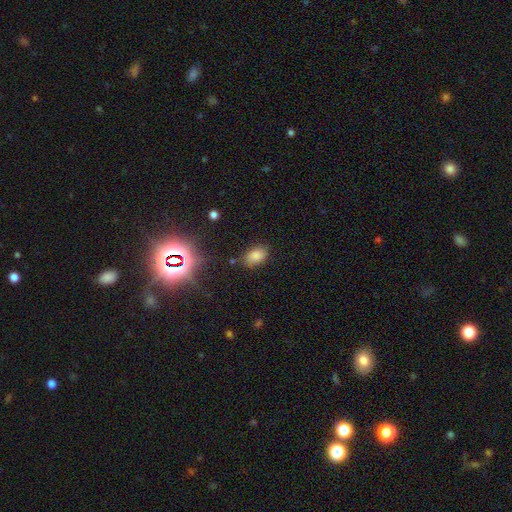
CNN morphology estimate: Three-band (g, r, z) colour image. It shows a smooth galaxy with no disk features (79%) that is in between round and cigar-shaped (87%). Merging: none (76%).